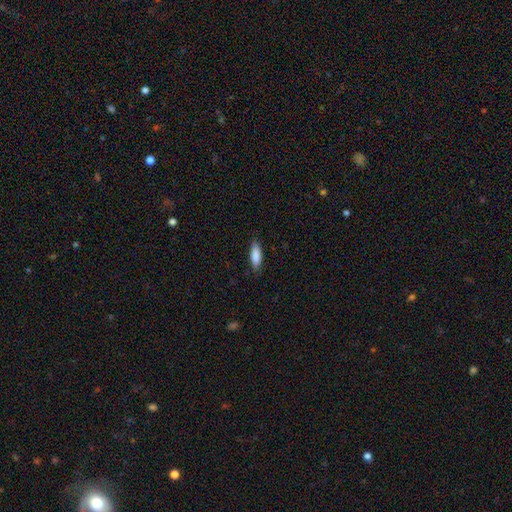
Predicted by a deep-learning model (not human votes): Smooth or featured: smooth — 86% (featured or disk — 8%)
How rounded: in between — 57% (cigar-shaped — 41%)
Merging: none — 84% (minor disturbance — 13%)